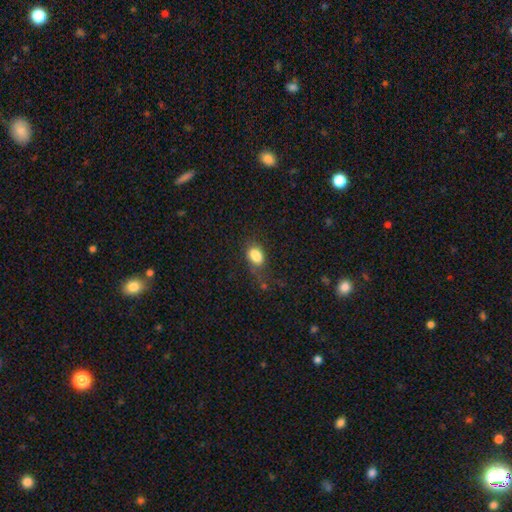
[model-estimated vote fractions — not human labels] A smooth galaxy with no disk features (83%) that is in between round and cigar-shaped (80%).

Vote fractions:
- Smooth or featured? smooth: 83% / star or artifact: 10% / featured or disk: 8%
- How rounded? in between: 80% / round: 18% / cigar-shaped: 2%
- Merging? none: 47% / minor disturbance: 27% / major disturbance: 19% / merger: 6%